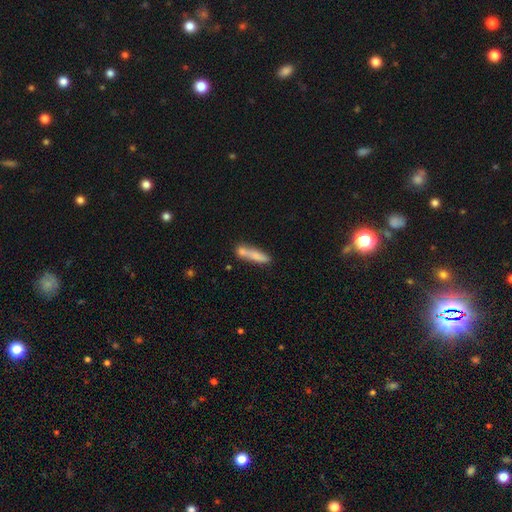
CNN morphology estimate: Smooth or featured? Predicted: smooth (p=0.72). How rounded? Predicted: cigar-shaped (p=0.84). Merging? Predicted: none (p=0.55).